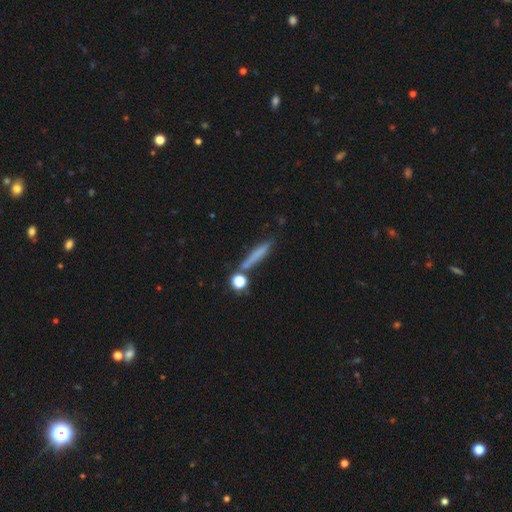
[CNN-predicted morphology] Smooth or featured? Predicted: smooth (p=0.63). How rounded? Predicted: cigar-shaped (p=0.85). Merging? Predicted: none (p=0.71).